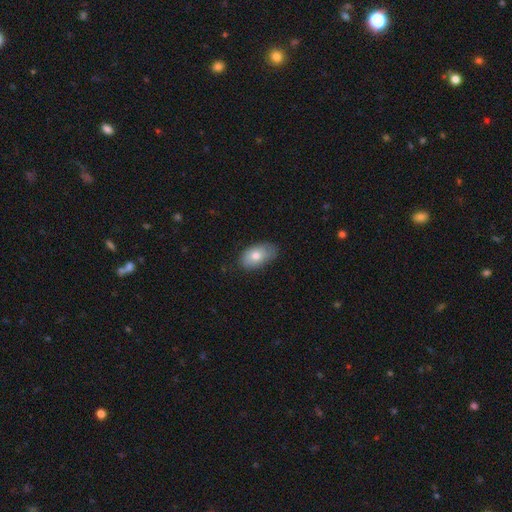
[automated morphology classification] Smooth or featured?
  - smooth: 76% *
  - featured or disk: 16%
  - star or artifact: 8%
How rounded?
  - in between: 91% *
  - round: 7%
  - cigar-shaped: 2%
Merging?
  - none: 72% *
  - minor disturbance: 23%
  - major disturbance: 4%
  - merger: 1%